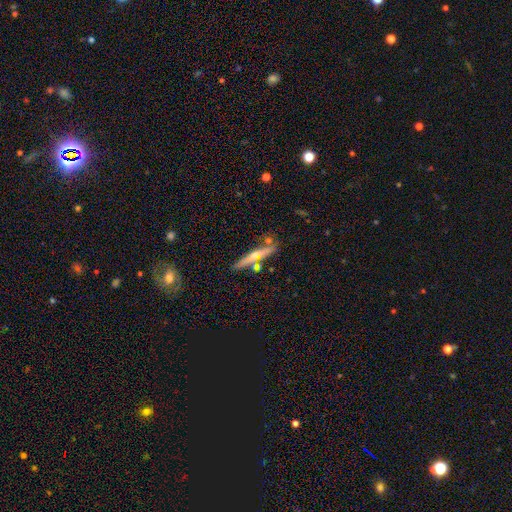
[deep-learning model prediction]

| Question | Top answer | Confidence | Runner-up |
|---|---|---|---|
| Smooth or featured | featured or disk | 61% | smooth (33%) |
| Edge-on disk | yes | 95% | no (5%) |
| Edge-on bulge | rounded | 85% | none (12%) |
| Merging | none | 73% | merger (12%) |